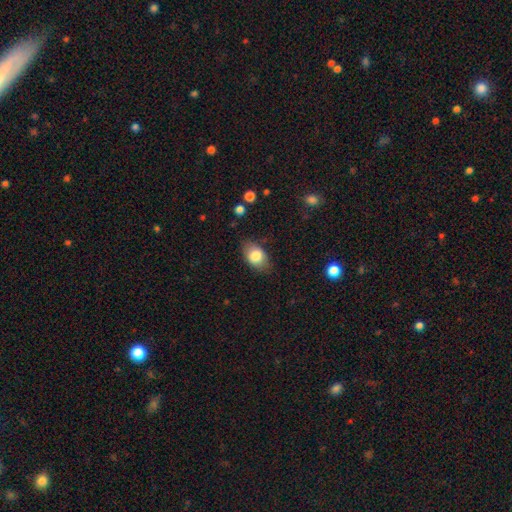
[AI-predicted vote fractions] This is likely a smooth galaxy (80%). How rounded: clearly in between (86%). Merging: likely none (78%).